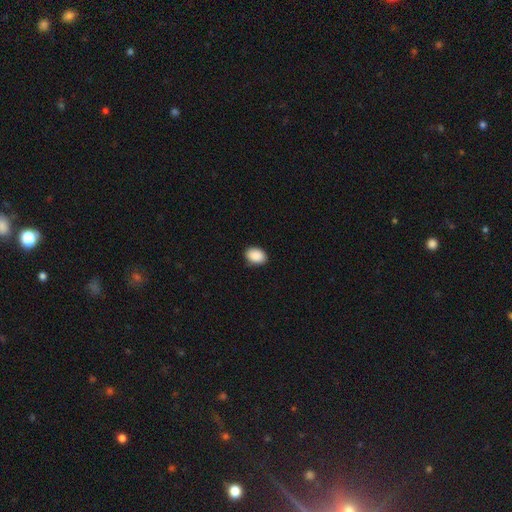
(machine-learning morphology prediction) Smooth or featured?
  - smooth: 91% *
  - star or artifact: 7%
  - featured or disk: 2%
How rounded?
  - in between: 80% *
  - round: 19%
  - cigar-shaped: 1%
Merging?
  - none: 89% *
  - minor disturbance: 9%
  - major disturbance: 2%
  - merger: 1%